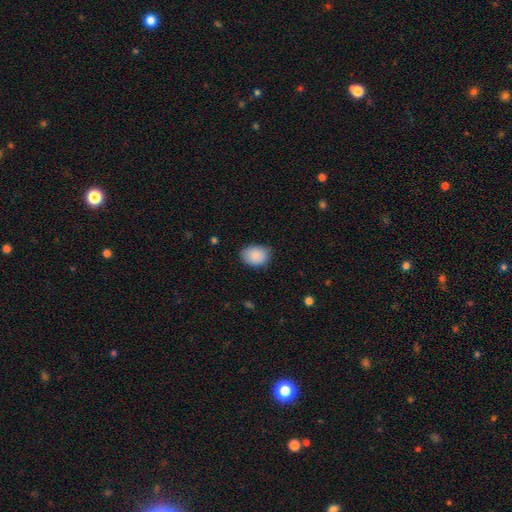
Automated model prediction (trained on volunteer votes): Smooth or featured? smooth (89%)
How rounded? in between (68%)
Merging? none (81%)